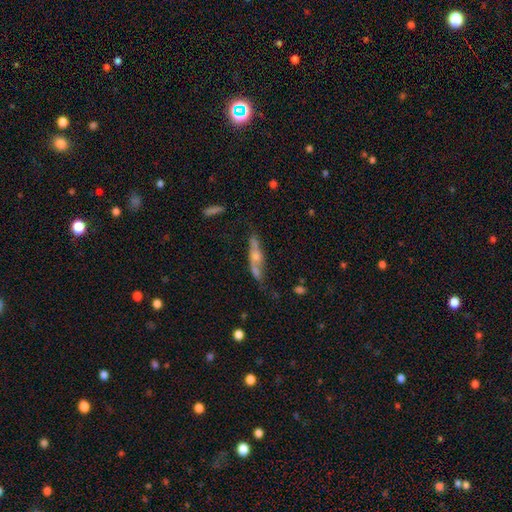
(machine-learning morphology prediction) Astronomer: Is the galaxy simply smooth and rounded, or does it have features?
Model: featured or disk — 57% (runner-up: smooth, 33%).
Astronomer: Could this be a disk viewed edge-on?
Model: yes — 62% (runner-up: no, 38%).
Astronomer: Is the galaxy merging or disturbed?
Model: none — 48% (runner-up: minor disturbance, 24%).